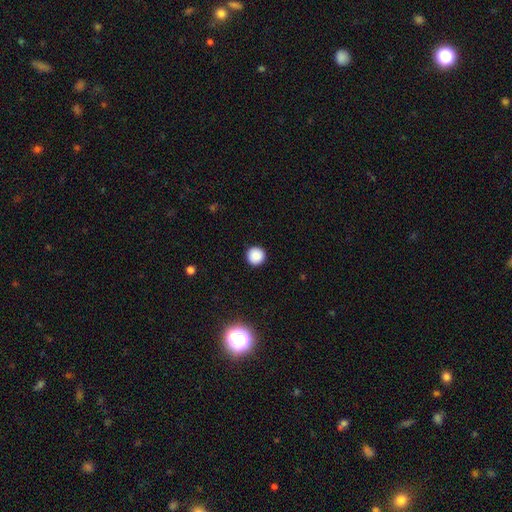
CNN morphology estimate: Smooth or featured?
  - smooth: 87% *
  - star or artifact: 9%
  - featured or disk: 3%
How rounded?
  - round: 96% *
  - in between: 3%
  - cigar-shaped: 1%
Merging?
  - none: 93% *
  - minor disturbance: 5%
  - major disturbance: 2%
  - merger: 1%